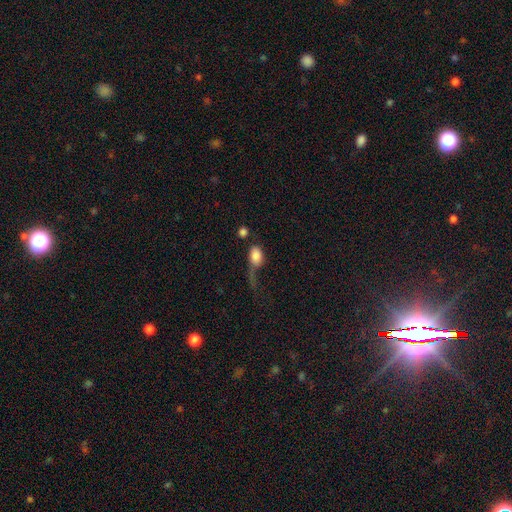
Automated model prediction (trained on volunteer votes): The model was most divided on "merging": major disturbance: 45%, none: 22%, minor disturbance: 18%, merger: 15%. More confident: smooth or featured — smooth (78%); how rounded — in between (78%).